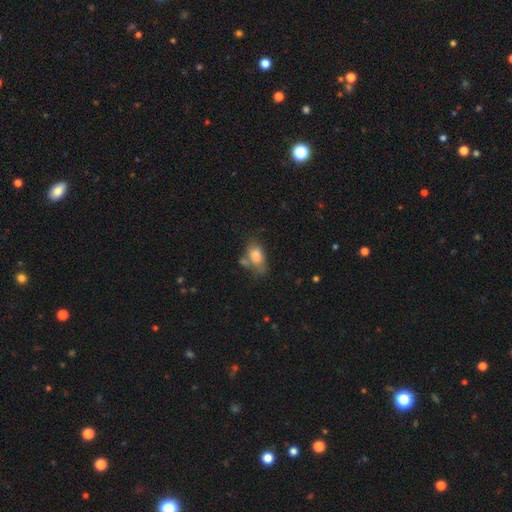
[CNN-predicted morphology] This appears to be a smooth galaxy with no disk features (77%) that is in between round and cigar-shaped (86%). Merging: none (44%).